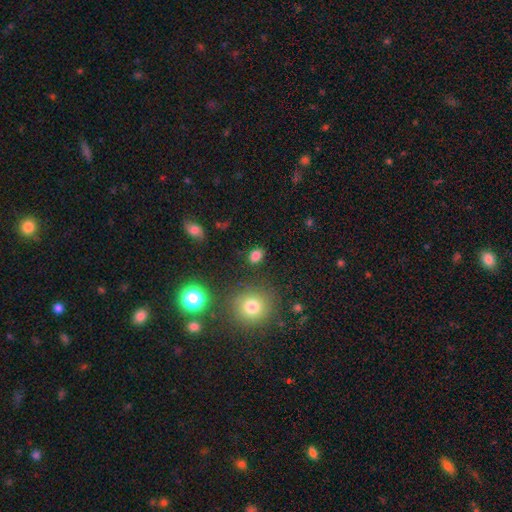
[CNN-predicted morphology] Smooth or featured? smooth (80%)
How rounded? in between (70%)
Merging? none (84%)